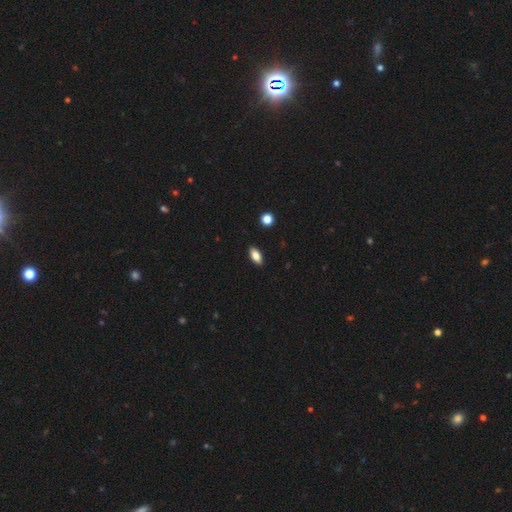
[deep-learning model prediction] Morphology: type=smooth (82%); roundness=in between (87%); merging=none (90%).